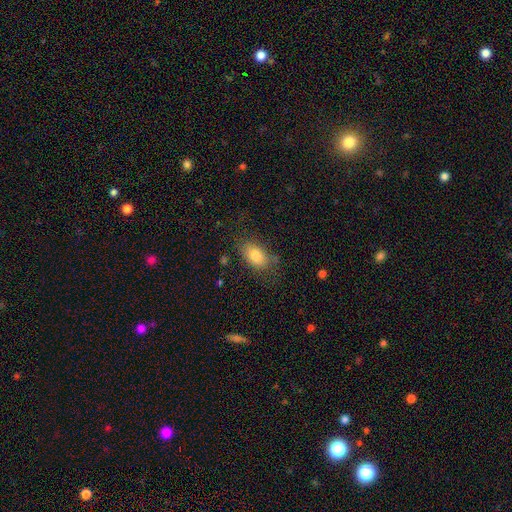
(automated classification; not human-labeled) This is clearly a smooth galaxy (82%). How rounded: clearly in between (88%). Merging: likely none (68%).